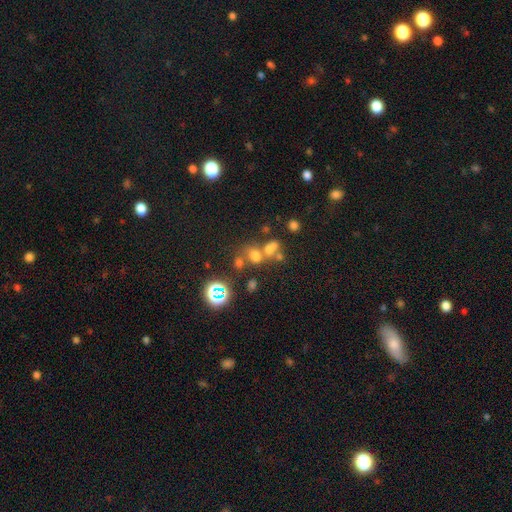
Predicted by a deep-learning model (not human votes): Smooth or featured? smooth (56%)
How rounded? round (60%)
Merging? merger (44%)